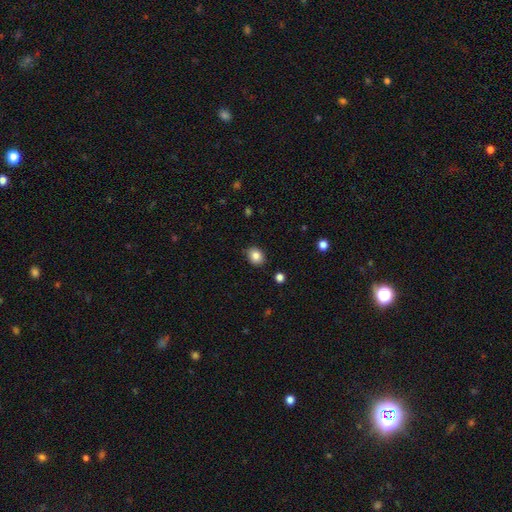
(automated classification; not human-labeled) Smooth or featured?
  - smooth: 85% *
  - star or artifact: 9%
  - featured or disk: 6%
How rounded?
  - round: 52% *
  - in between: 47%
  - cigar-shaped: 1%
Merging?
  - none: 84% *
  - minor disturbance: 12%
  - major disturbance: 2%
  - merger: 1%